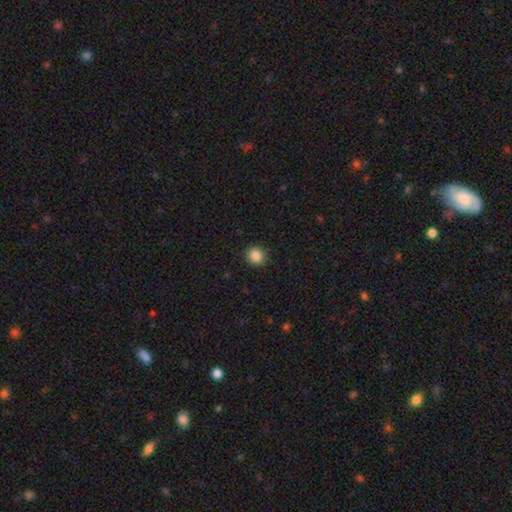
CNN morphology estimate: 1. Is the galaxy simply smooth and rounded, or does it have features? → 86% smooth, 10% star or artifact, 4% featured or disk.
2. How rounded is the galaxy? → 91% round, 8% in between, 1% cigar-shaped.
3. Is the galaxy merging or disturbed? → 92% none, 6% minor disturbance, 2% major disturbance, 1% merger.